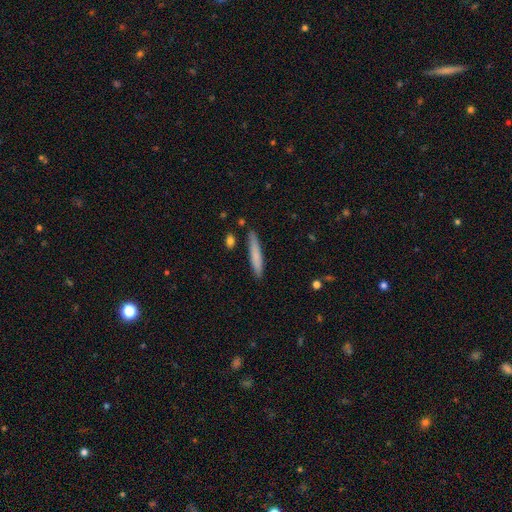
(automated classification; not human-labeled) smooth-or-featured: smooth: 77% | featured or disk: 18% | star or artifact: 6%
  how-rounded: cigar-shaped: 93% | in between: 6% | round: 1%
  merging: none: 86% | minor disturbance: 10% | merger: 3% | major disturbance: 2%